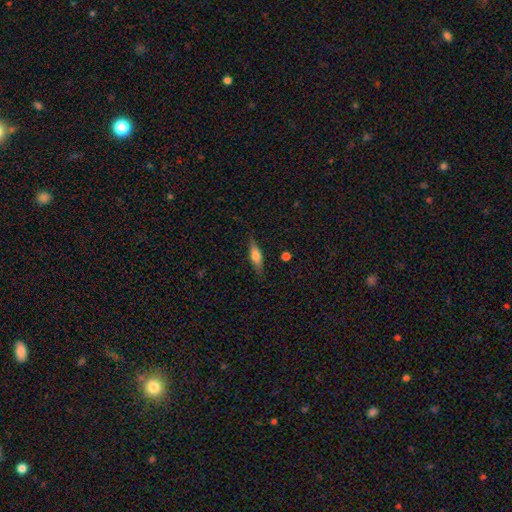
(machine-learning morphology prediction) Q: Smooth or featured?
A: smooth (49%); runner-up: featured or disk (44%)
Q: Merging?
A: none (84%); runner-up: minor disturbance (12%)